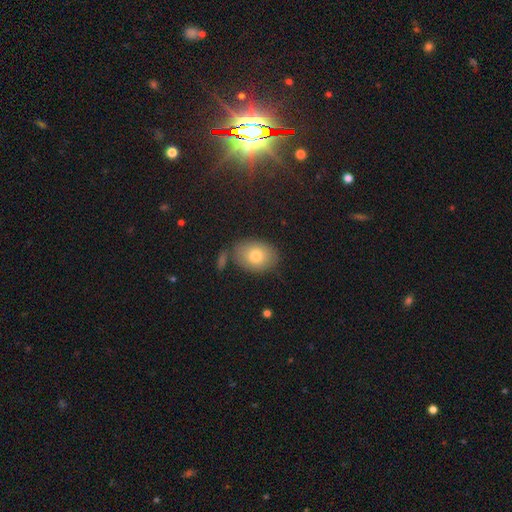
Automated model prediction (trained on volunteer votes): Smooth or featured? Predicted: smooth (p=0.77). How rounded? Predicted: in between (p=0.67). Merging? Predicted: none (p=0.74).